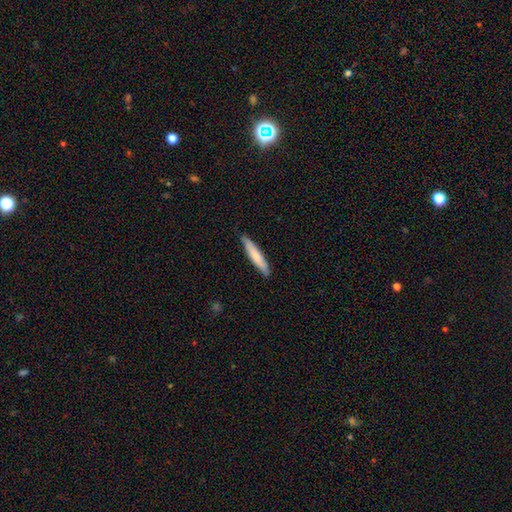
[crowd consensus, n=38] This appears to be a smooth galaxy with no disk features (82%) that is cigar-shaped (90%). Merging: none (89%).